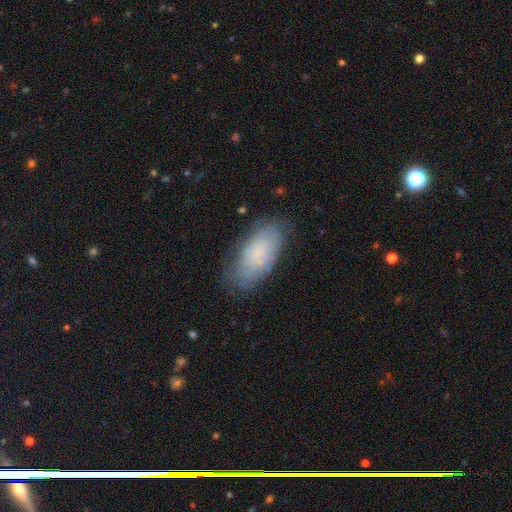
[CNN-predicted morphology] Q: Smooth or featured?
A: smooth (61%); runner-up: featured or disk (28%)
Q: How rounded?
A: in between (91%); runner-up: cigar-shaped (7%)
Q: Merging?
A: none (78%); runner-up: minor disturbance (17%)